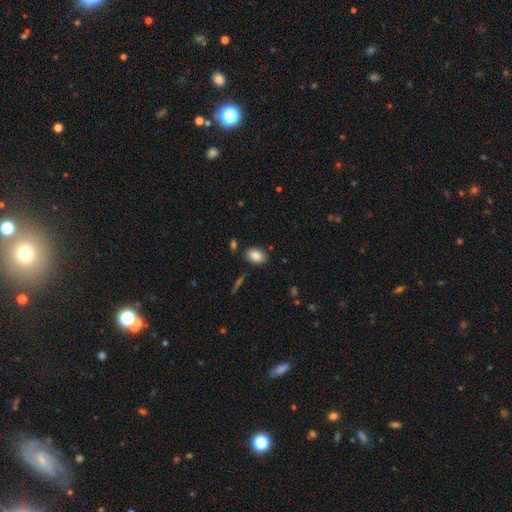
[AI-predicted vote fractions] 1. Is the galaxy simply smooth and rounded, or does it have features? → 86% smooth, 8% star or artifact, 6% featured or disk.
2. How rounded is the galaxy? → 84% in between, 14% round, 1% cigar-shaped.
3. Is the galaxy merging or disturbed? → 83% none, 11% minor disturbance, 4% merger, 3% major disturbance.